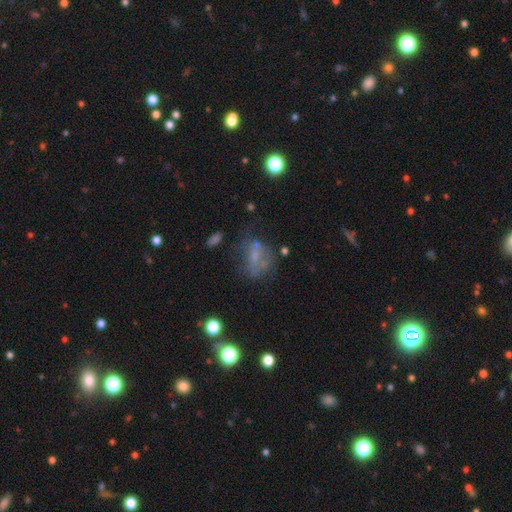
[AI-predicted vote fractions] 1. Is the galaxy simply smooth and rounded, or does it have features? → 39% smooth (tied), 39% featured or disk (tied), 22% star or artifact.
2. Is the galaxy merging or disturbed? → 42% none, 27% major disturbance, 22% minor disturbance, 10% merger.